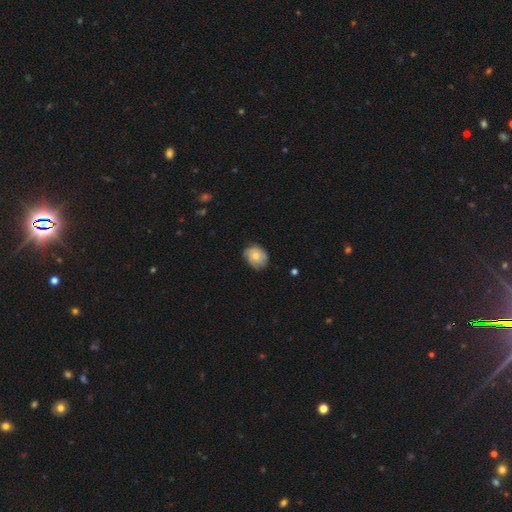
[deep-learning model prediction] This appears to be a smooth galaxy with no disk features (63%) that is round (57%). Merging: none (68%).